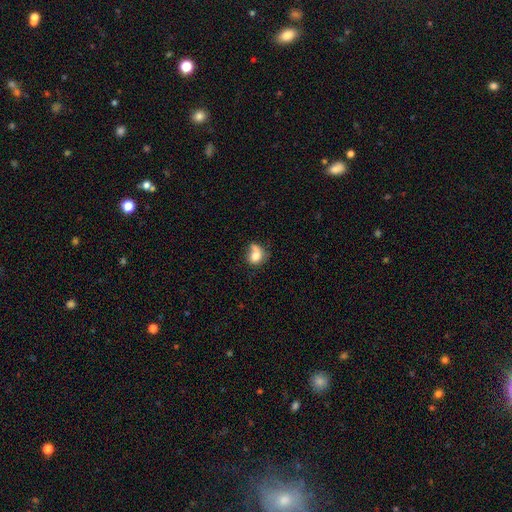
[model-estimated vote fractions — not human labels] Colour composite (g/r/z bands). It shows a smooth galaxy with no disk features (72%) that is round (56%). Merging: none (35%).